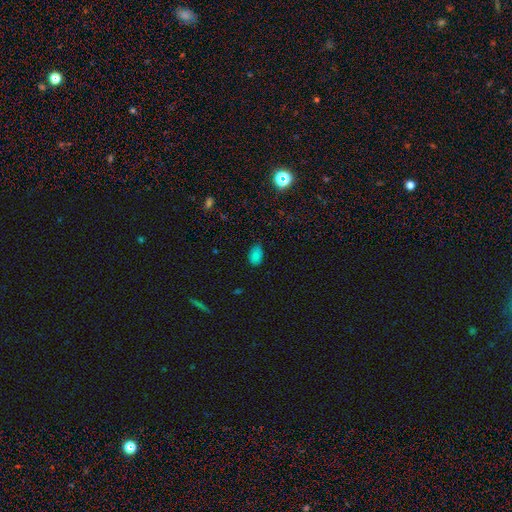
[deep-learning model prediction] smooth_or_featured: smooth (p=0.81) [alt: star or artifact p=0.14]
how_rounded: in between (p=0.87) [alt: round p=0.12]
merging: none (p=0.78) [alt: minor disturbance p=0.18]